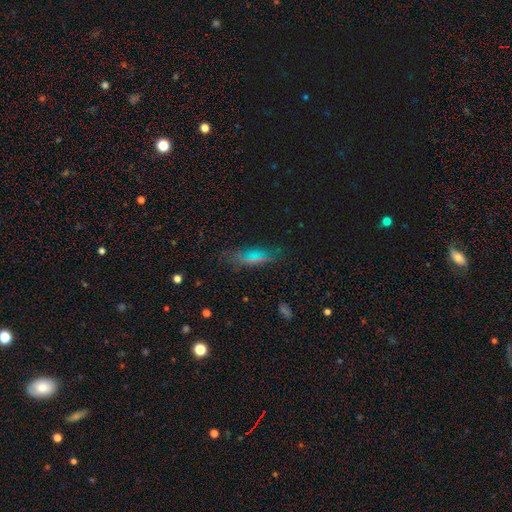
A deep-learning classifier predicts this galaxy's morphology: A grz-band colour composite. It shows a smooth galaxy with no disk features (48%). Merging: none (64%).